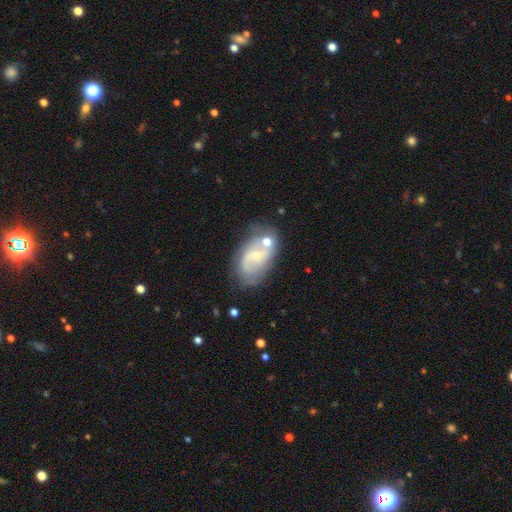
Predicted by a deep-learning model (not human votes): Smooth or featured?
  - featured or disk: 73% *
  - smooth: 20%
  - star or artifact: 7%
Edge-on disk?
  - no: 97% *
  - yes: 3%
Bar?
  - no: 50% *
  - weak: 40%
  - strong: 10%
Spiral arms?
  - yes: 84% *
  - no: 16%
Spiral winding?
  - loose: 43% *
  - medium: 41%
  - tight: 17%
Spiral arm count?
  - 2: 78% *
  - can't tell: 12%
  - 1: 4%
  - 3: 3%
  - 4: 1%
  - more than 4: 1%
Bulge size?
  - small: 69% *
  - moderate: 24%
  - none: 4%
  - large: 1%
  - dominant: 1%
Merging?
  - none: 48% *
  - merger: 21%
  - minor disturbance: 21%
  - major disturbance: 10%